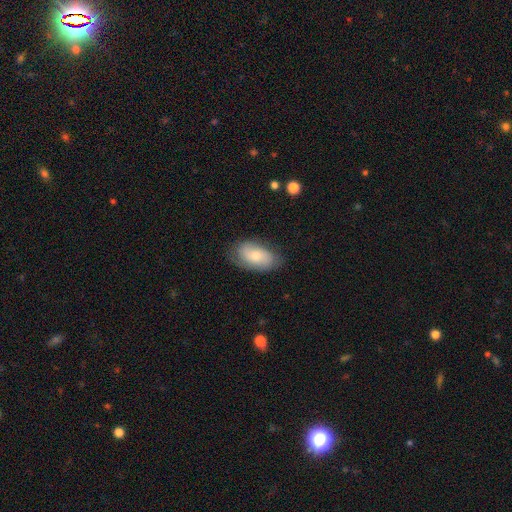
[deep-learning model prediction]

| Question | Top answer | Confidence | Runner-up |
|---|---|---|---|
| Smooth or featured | smooth | 63% | featured or disk (31%) |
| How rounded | in between | 92% | round (6%) |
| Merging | none | 72% | minor disturbance (21%) |